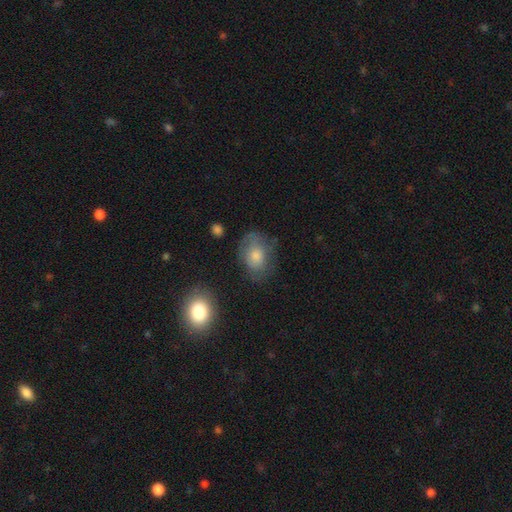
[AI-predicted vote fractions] The model was most divided on "smooth or featured": smooth: 64%, featured or disk: 25%, star or artifact: 10%. More confident: how rounded — in between (73%); merging — none (64%).